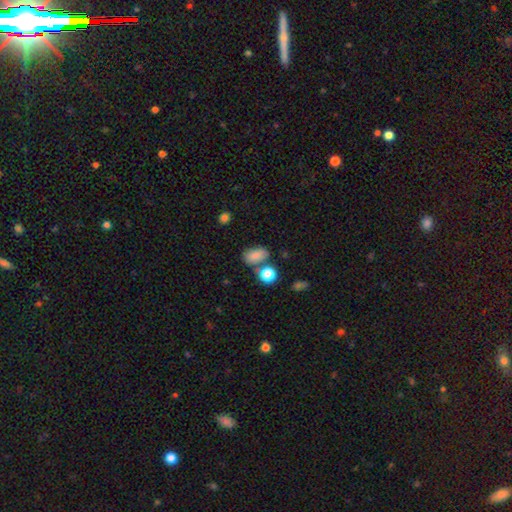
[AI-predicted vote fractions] A smooth galaxy with no disk features (81%) that is in between round and cigar-shaped (84%).

Vote fractions:
- Smooth or featured? smooth: 81% / star or artifact: 10% / featured or disk: 8%
- How rounded? in between: 84% / round: 14% / cigar-shaped: 2%
- Merging? none: 60% / merger: 18% / minor disturbance: 17% / major disturbance: 6%